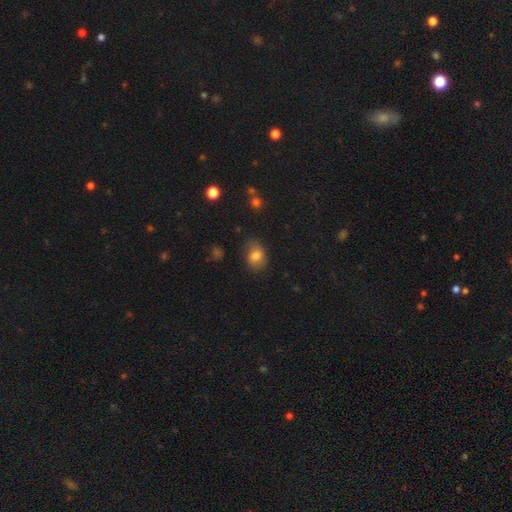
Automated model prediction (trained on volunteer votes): Smooth or featured? smooth (77%)
How rounded? in between (63%)
Merging? none (68%)